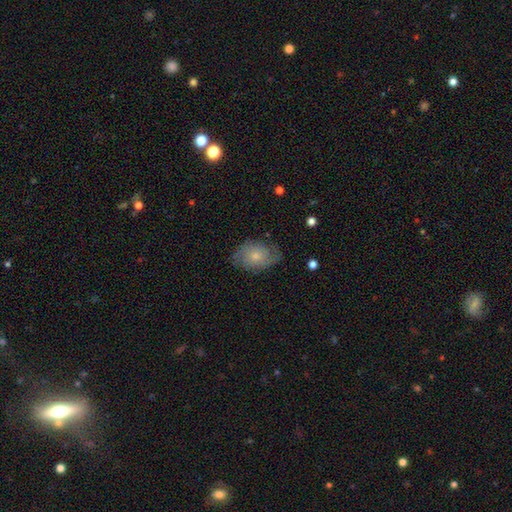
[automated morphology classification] This appears to be a smooth galaxy with no disk features (48%). Merging: none (71%).